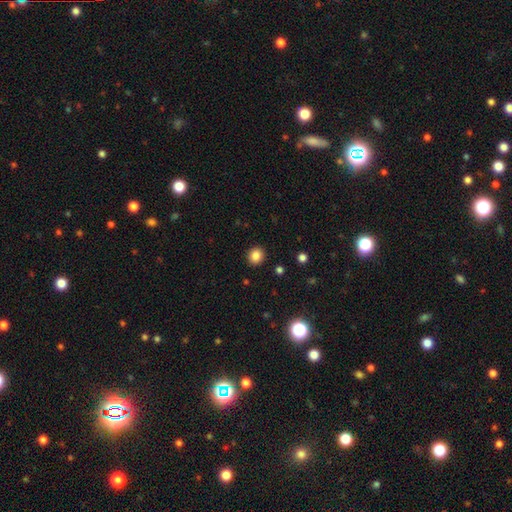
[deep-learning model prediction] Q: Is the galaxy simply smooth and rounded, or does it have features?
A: smooth — 85%.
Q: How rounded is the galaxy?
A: round — 85%.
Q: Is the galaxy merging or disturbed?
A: none — 91%.